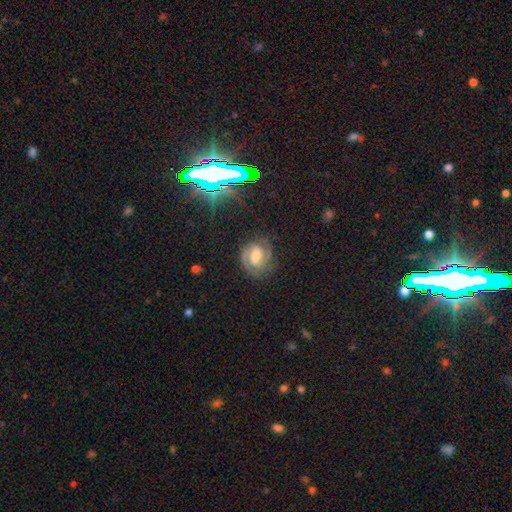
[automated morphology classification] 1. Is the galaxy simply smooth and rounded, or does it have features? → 76% featured or disk, 14% smooth, 11% star or artifact.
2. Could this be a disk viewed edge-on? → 97% no, 3% yes.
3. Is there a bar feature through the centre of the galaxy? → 50% weak, 27% strong, 22% no.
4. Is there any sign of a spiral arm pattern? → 95% yes, 5% no.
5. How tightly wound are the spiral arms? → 50% tight, 41% medium, 9% loose.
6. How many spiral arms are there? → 74% 2, 11% can't tell, 8% 3, 4% 1, 2% 4, 2% more than 4.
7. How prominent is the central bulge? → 57% moderate, 25% small, 12% large, 4% none, 2% dominant.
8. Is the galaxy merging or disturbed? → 76% none, 16% minor disturbance, 7% major disturbance, 1% merger.